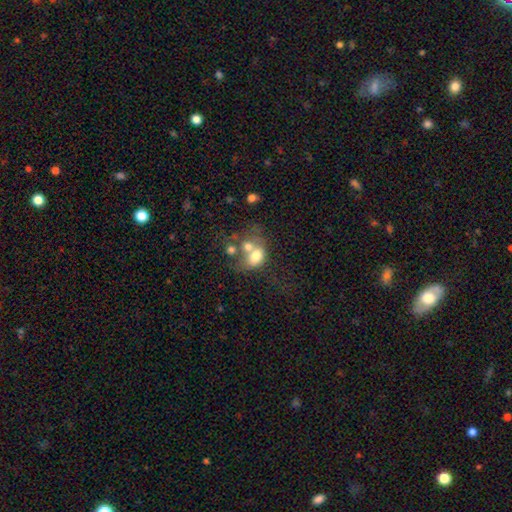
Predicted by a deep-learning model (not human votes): This appears to be a smooth galaxy with no disk features (64%) that is in between round and cigar-shaped (63%). Merging: merger (59%).